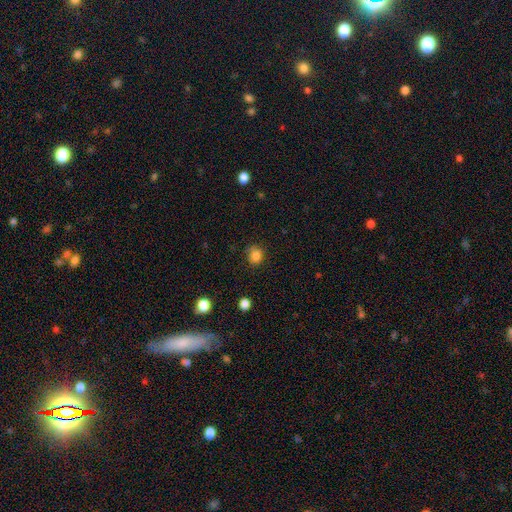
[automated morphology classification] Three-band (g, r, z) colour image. It shows a smooth galaxy with no disk features (83%) that is round (78%). Merging: none (77%).